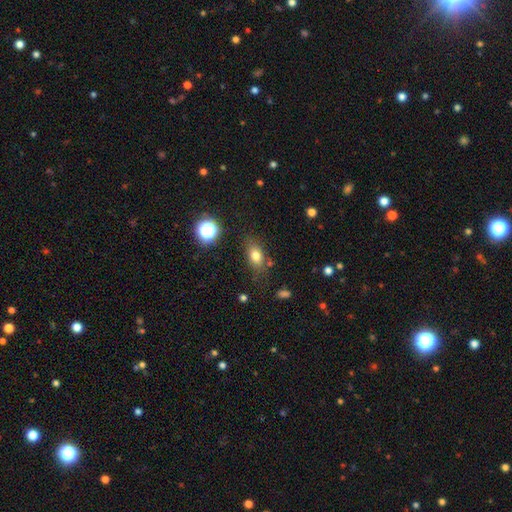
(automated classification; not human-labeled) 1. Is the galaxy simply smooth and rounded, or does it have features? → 75% smooth, 13% star or artifact, 11% featured or disk.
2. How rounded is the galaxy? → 76% in between, 20% round, 4% cigar-shaped.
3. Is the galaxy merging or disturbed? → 75% none, 16% minor disturbance, 5% major disturbance, 4% merger.